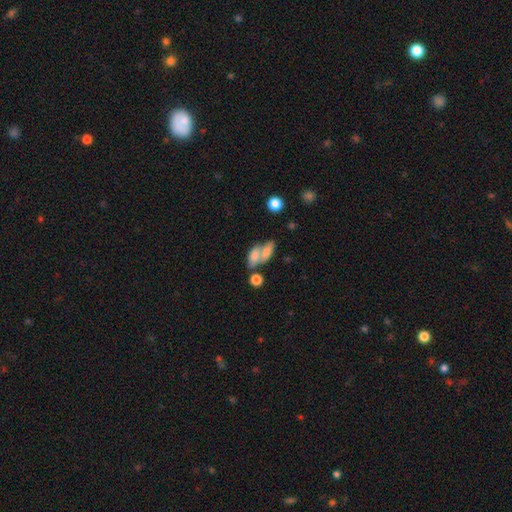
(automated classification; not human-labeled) Smooth or featured: smooth — 70% (featured or disk — 21%)
How rounded: in between — 80% (cigar-shaped — 11%)
Merging: merger — 60% (none — 24%)